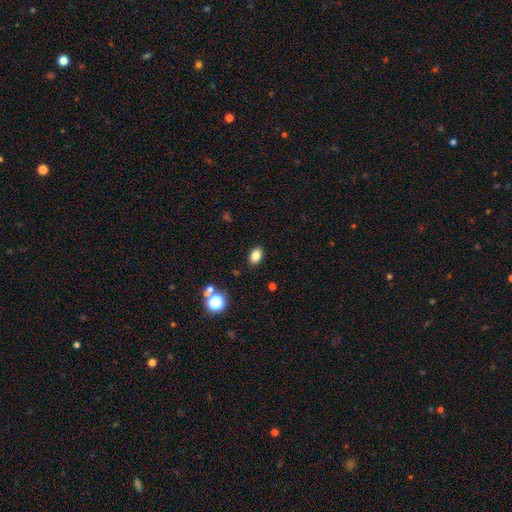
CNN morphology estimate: type=smooth (82%); roundness=in between (83%); merging=none (88%).